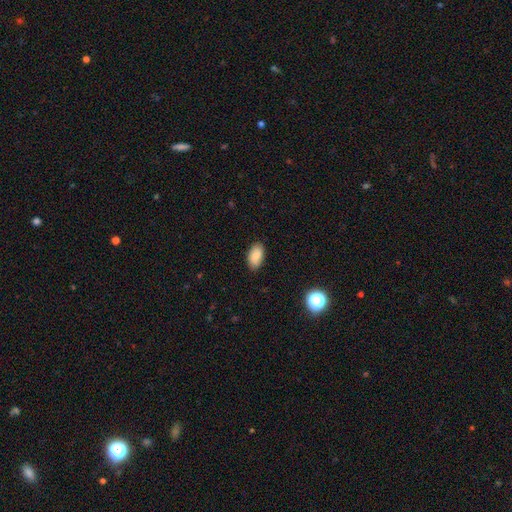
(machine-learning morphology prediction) This appears to be a smooth galaxy with no disk features (87%) that is in between round and cigar-shaped (93%). Merging: none (86%).